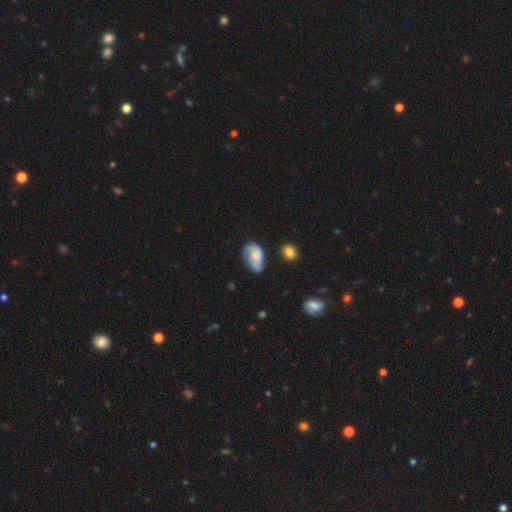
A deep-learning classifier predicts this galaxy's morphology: This appears to be a featured or disk galaxy (46%, tied with smooth). Merging: none (47%).